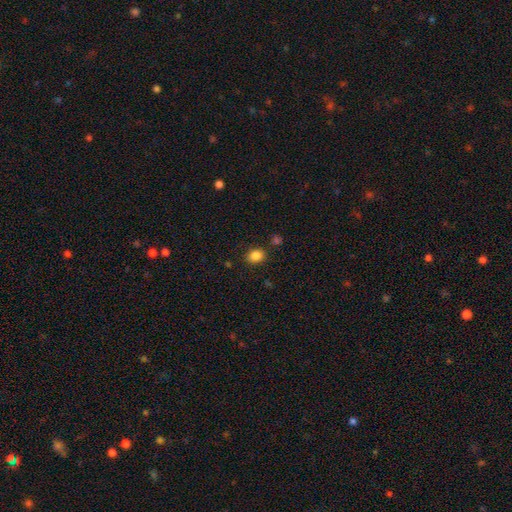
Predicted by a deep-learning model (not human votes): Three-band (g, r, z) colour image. It shows a smooth galaxy with no disk features (85%) that is round (55%). Merging: none (85%).